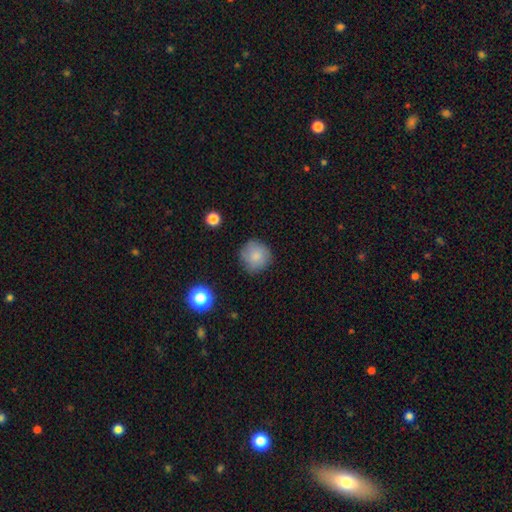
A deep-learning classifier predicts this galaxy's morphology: Smooth or featured?
  - smooth: 83% *
  - star or artifact: 9%
  - featured or disk: 8%
How rounded?
  - round: 93% *
  - in between: 6%
  - cigar-shaped: 1%
Merging?
  - none: 82% *
  - minor disturbance: 13%
  - major disturbance: 3%
  - merger: 2%